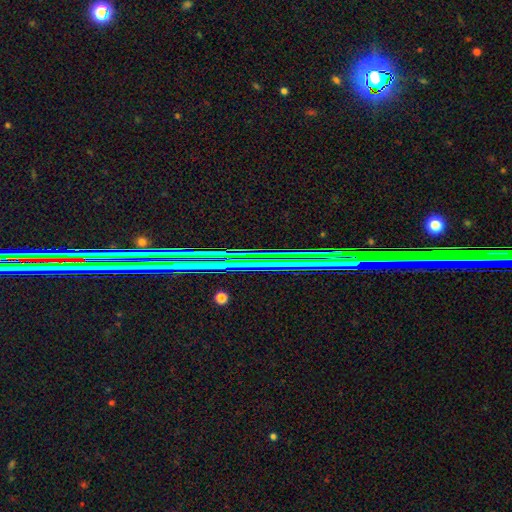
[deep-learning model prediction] Morphology: type=star or artifact (76%).